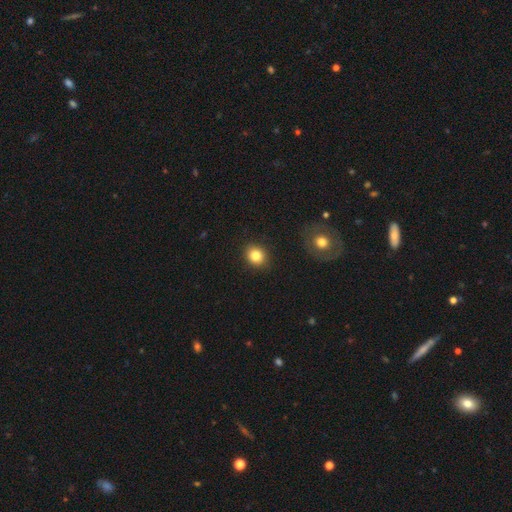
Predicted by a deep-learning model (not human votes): Overall: smooth (82%). How rounded: round (70%). Merging: none (89%).